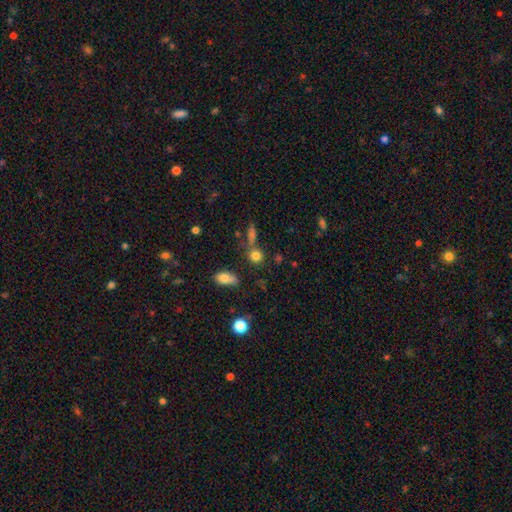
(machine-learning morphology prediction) This is likely a smooth galaxy (80%). How rounded: likely round (78%). Merging: likely none (68%).